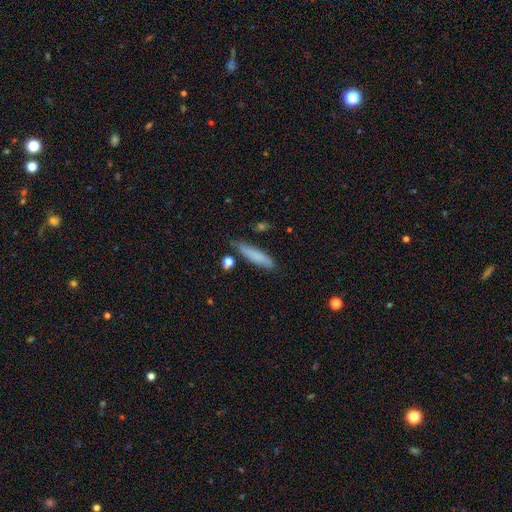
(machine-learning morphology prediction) Smooth or featured: smooth — 79% (featured or disk — 14%)
How rounded: cigar-shaped — 83% (in between — 15%)
Merging: none — 79% (minor disturbance — 15%)